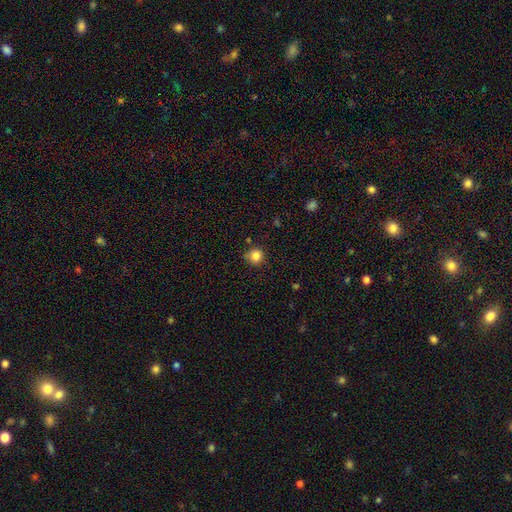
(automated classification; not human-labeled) smooth 83%, star or artifact 12%, featured or disk 5%. Down the decision tree: how rounded — round (92%); merging — none (79%).